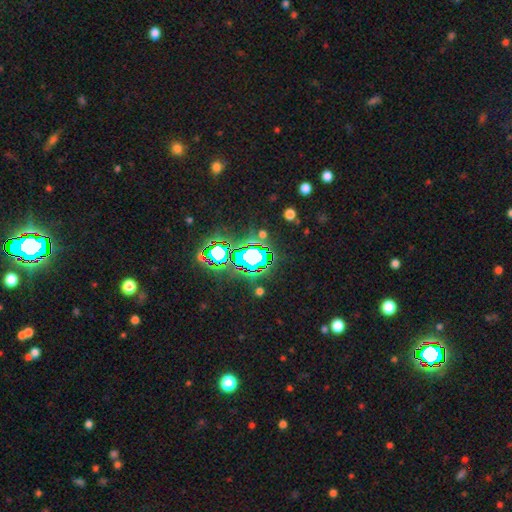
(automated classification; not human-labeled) Smooth or featured?
  - star or artifact: 81% *
  - smooth: 12%
  - featured or disk: 7%